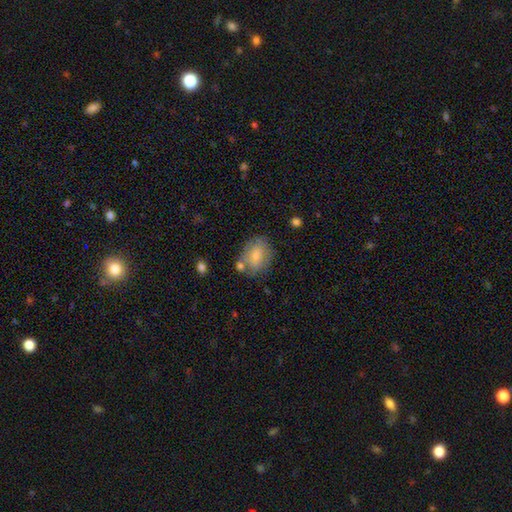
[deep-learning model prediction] smooth_or_featured: smooth (p=0.72) [alt: featured or disk p=0.21]
how_rounded: in between (p=0.65) [alt: round p=0.34]
merging: none (p=0.61) [alt: minor disturbance p=0.21]